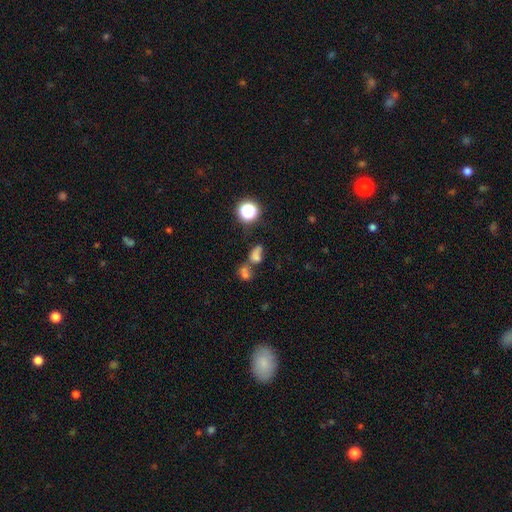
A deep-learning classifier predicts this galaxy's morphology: type=smooth (59%); roundness=in between (59%); merging=merger (53%).